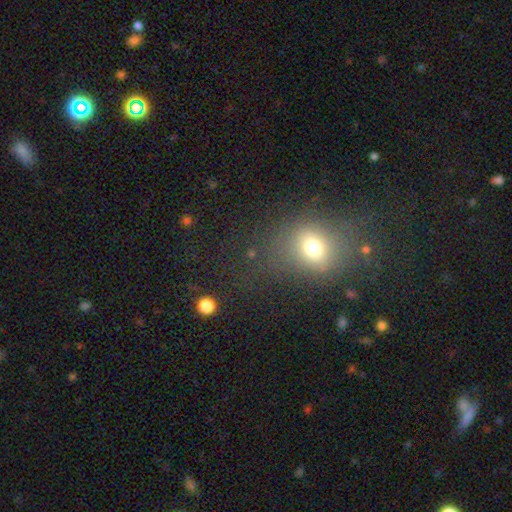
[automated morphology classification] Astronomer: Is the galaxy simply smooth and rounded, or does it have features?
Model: smooth — 60%.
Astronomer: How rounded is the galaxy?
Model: round — 52% (runner-up: in between, 46%).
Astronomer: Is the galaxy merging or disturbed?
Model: none — 69%.